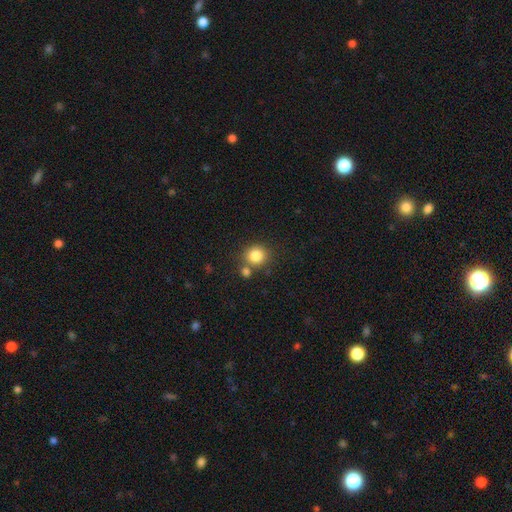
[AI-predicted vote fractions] Smooth or featured?
  - smooth: 83% *
  - star or artifact: 11%
  - featured or disk: 6%
How rounded?
  - round: 88% *
  - in between: 11%
  - cigar-shaped: 1%
Merging?
  - none: 69% *
  - merger: 19%
  - minor disturbance: 9%
  - major disturbance: 3%